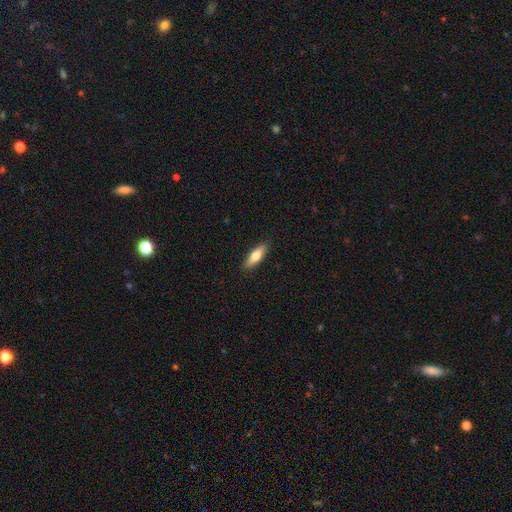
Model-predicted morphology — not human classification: Smooth or featured?
  - smooth: 72% *
  - featured or disk: 23%
  - star or artifact: 6%
How rounded?
  - in between: 55% *
  - cigar-shaped: 43%
  - round: 2%
Merging?
  - none: 89% *
  - minor disturbance: 8%
  - major disturbance: 2%
  - merger: 1%